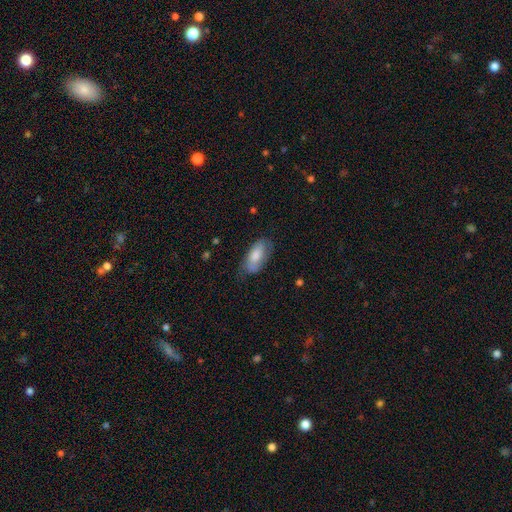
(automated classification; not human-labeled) Morphology: type=smooth (72%); roundness=in between (89%); merging=none (58%).